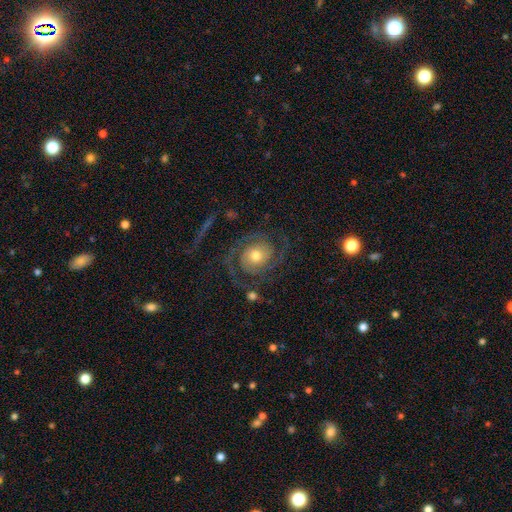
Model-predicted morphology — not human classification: Smooth or featured? featured or disk (86%)
Edge-on disk? no (98%)
Bar? no (76%)
Spiral arms? yes (97%)
Spiral winding? medium (44%)
Spiral arm count? 2 (82%)
Bulge size? moderate (67%)
Merging? none (73%)